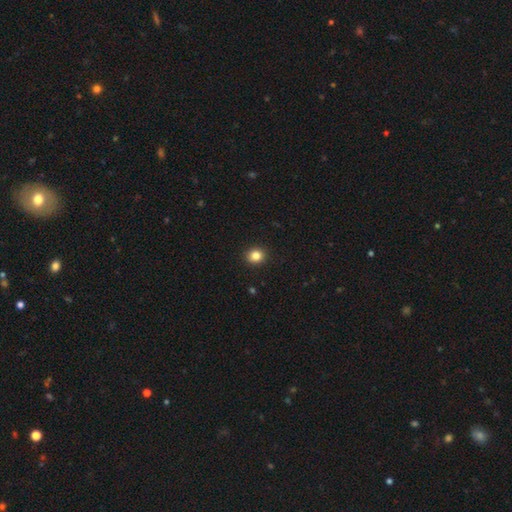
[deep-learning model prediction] Smooth or featured? Predicted: smooth (p=0.84). How rounded? Predicted: round (p=0.80). Merging? Predicted: none (p=0.93).